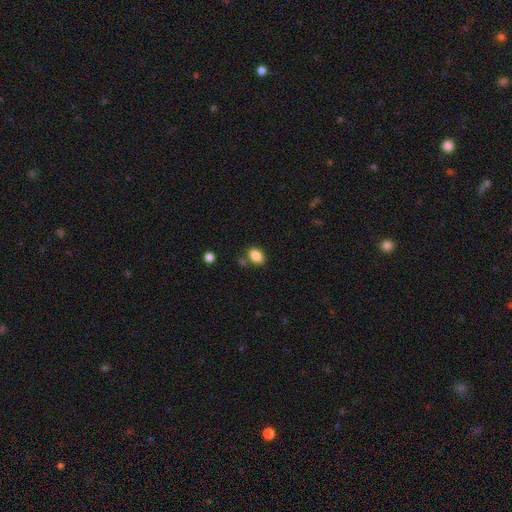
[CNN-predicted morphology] smooth 86%, star or artifact 9%, featured or disk 6%. Down the decision tree: how rounded — in between (85%); merging — none (73%).